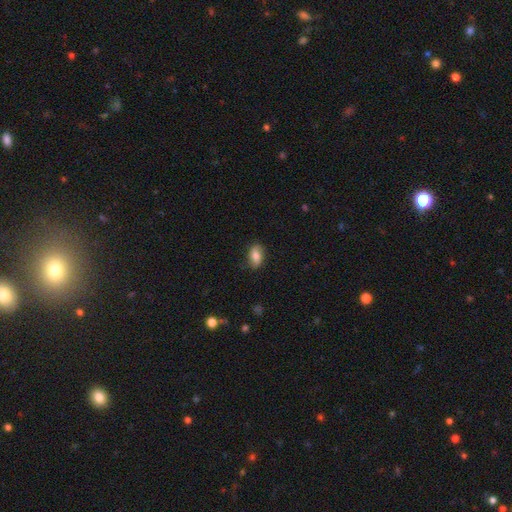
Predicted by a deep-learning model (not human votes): Q: Smooth or featured?
A: smooth (78%); runner-up: featured or disk (14%)
Q: How rounded?
A: in between (89%); runner-up: round (8%)
Q: Merging?
A: none (79%); runner-up: minor disturbance (16%)